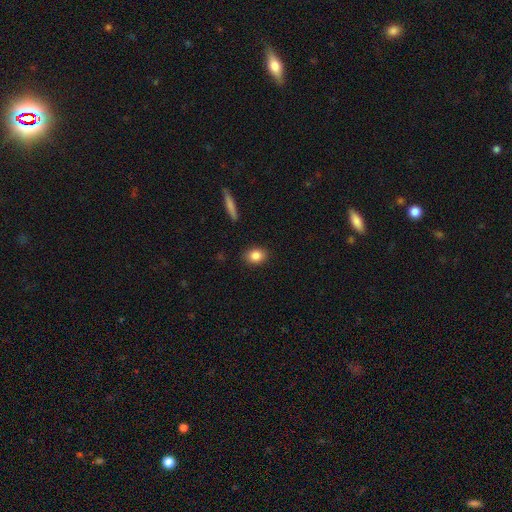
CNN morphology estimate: The model was most divided on "how rounded": in between: 56%, round: 41%, cigar-shaped: 2%. More confident: merging — none (89%); smooth or featured — smooth (85%).